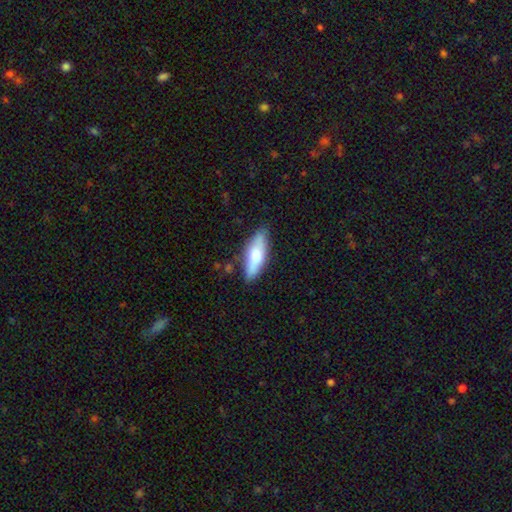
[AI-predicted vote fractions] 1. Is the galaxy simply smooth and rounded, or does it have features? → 68% smooth, 27% featured or disk, 6% star or artifact.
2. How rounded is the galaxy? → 59% in between, 39% cigar-shaped, 2% round.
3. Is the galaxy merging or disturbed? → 79% none, 16% minor disturbance, 3% major disturbance, 2% merger.